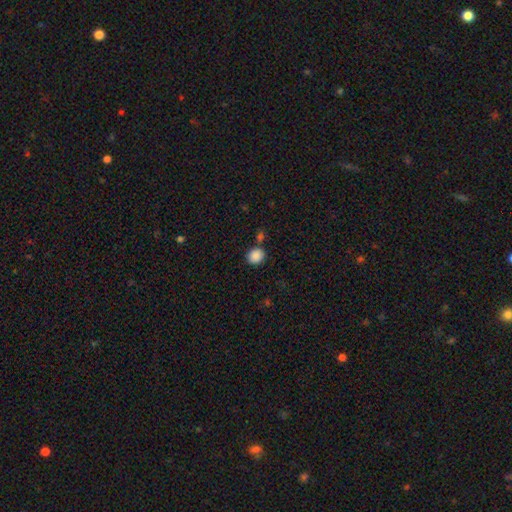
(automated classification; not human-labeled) The model was most divided on "how rounded": round: 75%, in between: 24%, cigar-shaped: 1%. More confident: smooth or featured — smooth (88%); merging — none (76%).